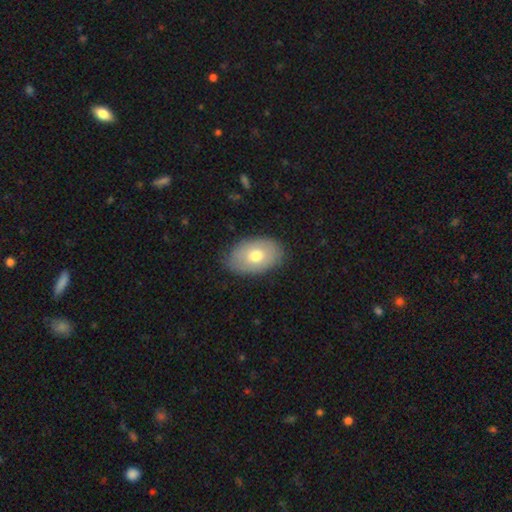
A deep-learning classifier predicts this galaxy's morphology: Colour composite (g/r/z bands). It shows a smooth galaxy with no disk features (66%) that is in between round and cigar-shaped (87%). Merging: none (79%).